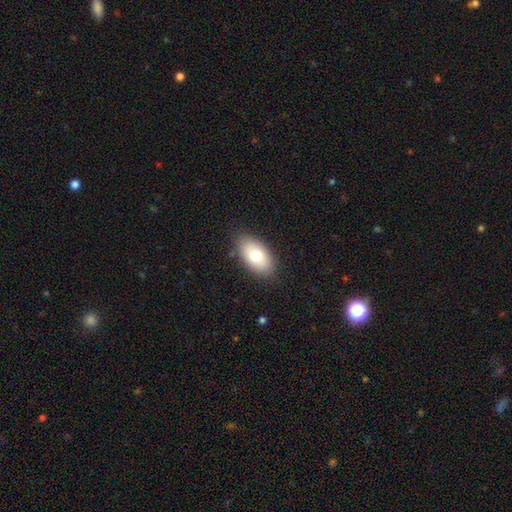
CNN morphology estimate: type=smooth (78%); roundness=in between (94%); merging=none (85%).